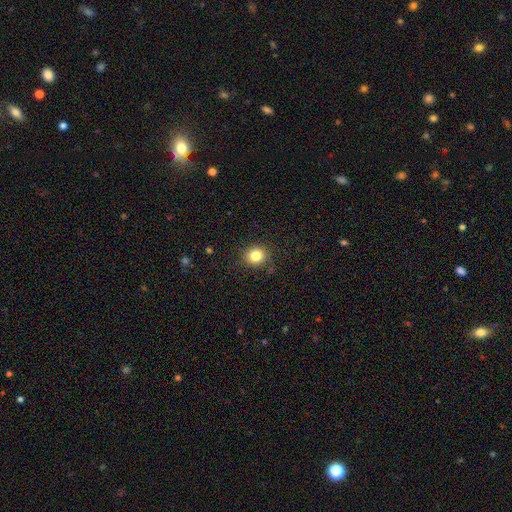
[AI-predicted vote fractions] smooth_or_featured: smooth (p=0.82) [alt: star or artifact p=0.12]
how_rounded: round (p=0.83) [alt: in between p=0.16]
merging: none (p=0.86) [alt: minor disturbance p=0.10]